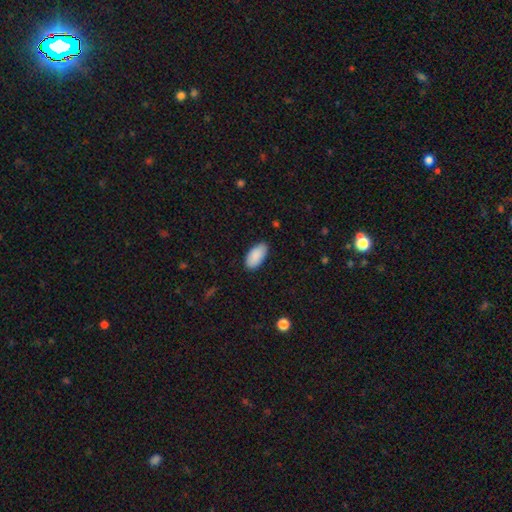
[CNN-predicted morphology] smooth 90%, star or artifact 6%, featured or disk 4%. Down the decision tree: how rounded — in between (95%); merging — none (85%).